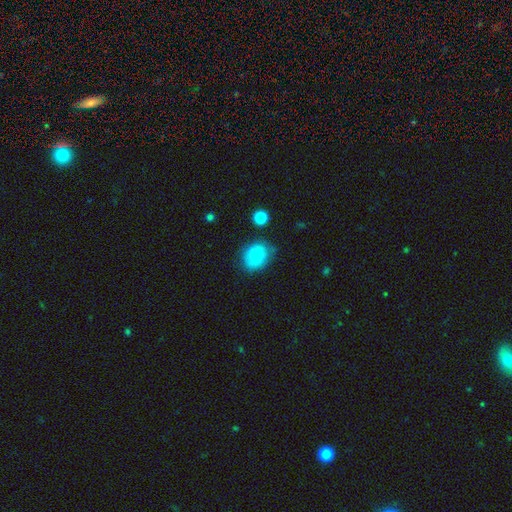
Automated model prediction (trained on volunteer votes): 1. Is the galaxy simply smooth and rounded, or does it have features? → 82% smooth, 10% featured or disk, 8% star or artifact.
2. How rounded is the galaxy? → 54% round, 45% in between, 1% cigar-shaped.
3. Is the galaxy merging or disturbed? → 69% none, 22% minor disturbance, 6% major disturbance, 3% merger.